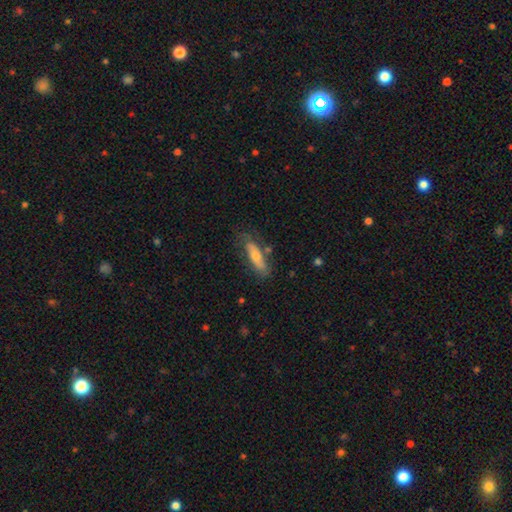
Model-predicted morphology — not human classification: This is possibly a smooth galaxy (53%). How rounded: possibly cigar-shaped (54%). Merging: likely none (66%).